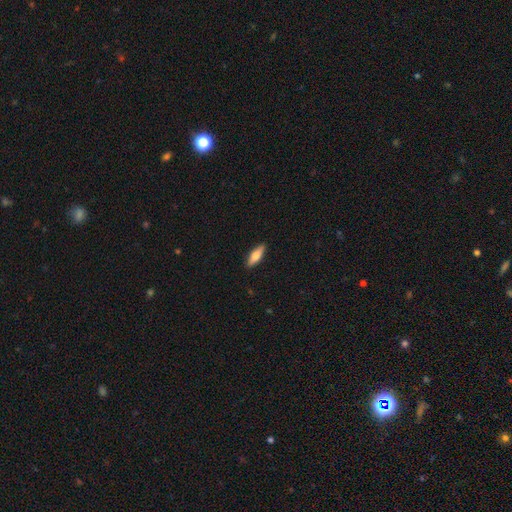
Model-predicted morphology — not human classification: The model was most divided on "how rounded": in between: 50%, cigar-shaped: 48%, round: 2%. More confident: merging — none (89%); smooth or featured — smooth (71%).